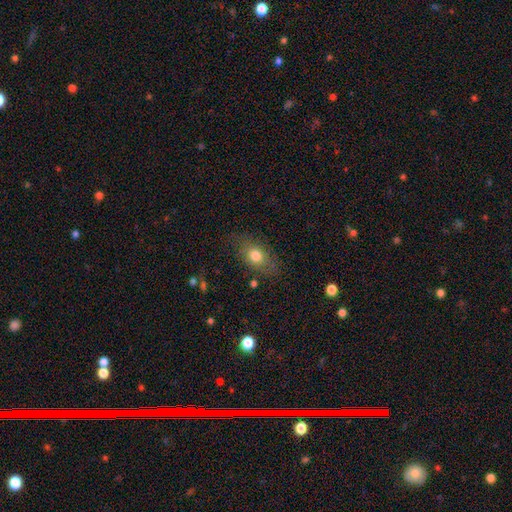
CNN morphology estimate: This appears to be a smooth galaxy with no disk features (74%) that is in between round and cigar-shaped (75%). Merging: none (74%).